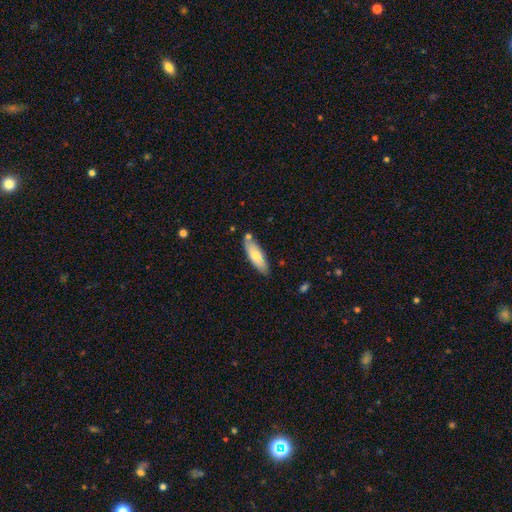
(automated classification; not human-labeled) smooth_or_featured: smooth (p=0.71) [alt: featured or disk p=0.23]
how_rounded: in between (p=0.56) [alt: cigar-shaped p=0.42]
merging: none (p=0.78) [alt: minor disturbance p=0.14]